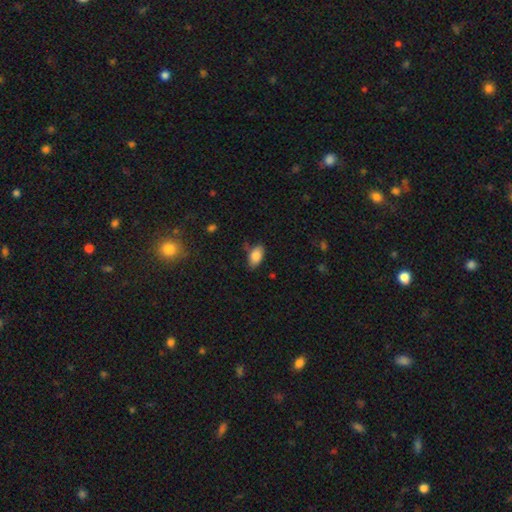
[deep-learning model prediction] A smooth galaxy with no disk features (84%) that is in between round and cigar-shaped (93%). Merging: none (73%).